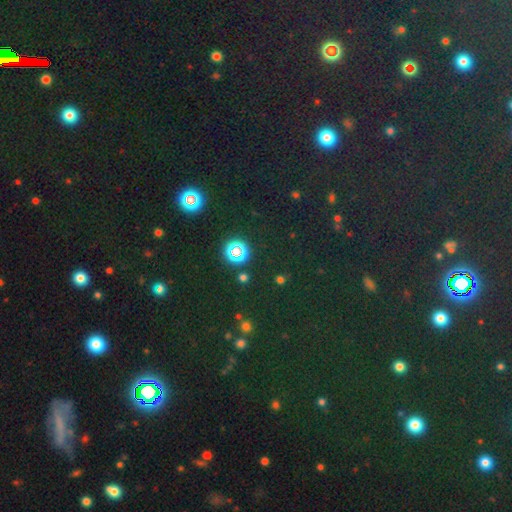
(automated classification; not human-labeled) smooth_or_featured: star or artifact (p=0.63) [alt: smooth p=0.30]